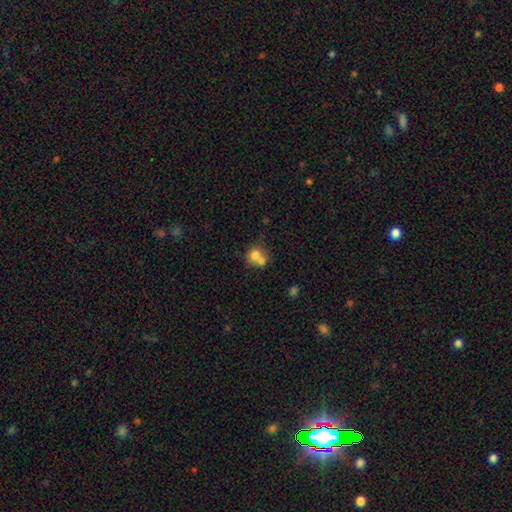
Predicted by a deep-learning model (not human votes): The model was most divided on "merging": merger: 55%, none: 33%, minor disturbance: 8%, major disturbance: 4%. More confident: how rounded — round (77%); smooth or featured — smooth (72%).